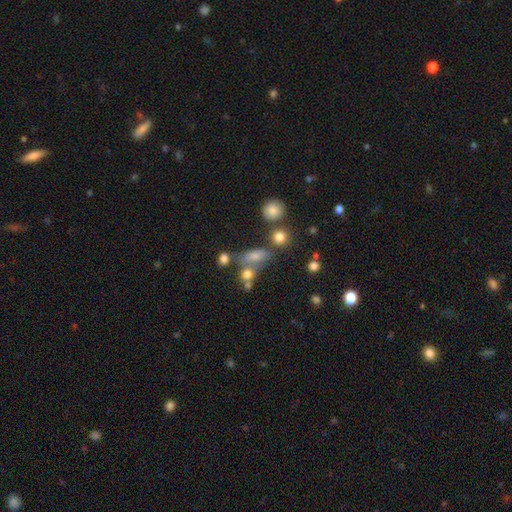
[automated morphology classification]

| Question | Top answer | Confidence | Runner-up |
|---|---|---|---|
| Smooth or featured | smooth | 69% | featured or disk (16%) |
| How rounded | in between | 65% | round (21%) |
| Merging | none | 42% | merger (32%) |